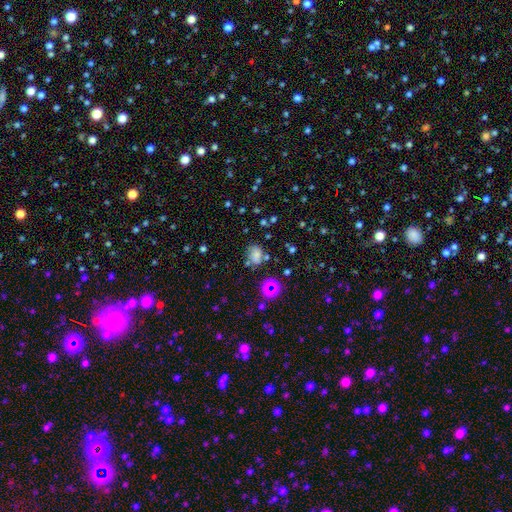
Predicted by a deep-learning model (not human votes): smooth-or-featured: smooth: 62% | star or artifact: 23% | featured or disk: 15%
  how-rounded: in between: 60% | round: 38% | cigar-shaped: 1%
  merging: none: 64% | minor disturbance: 21% | merger: 8% | major disturbance: 7%